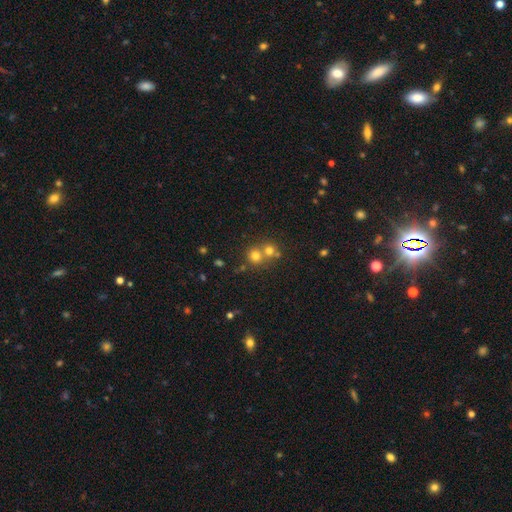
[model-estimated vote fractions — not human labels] smooth 71%, star or artifact 17%, featured or disk 11%. Down the decision tree: how rounded — round (87%); merging — merger (46%, tied with none).